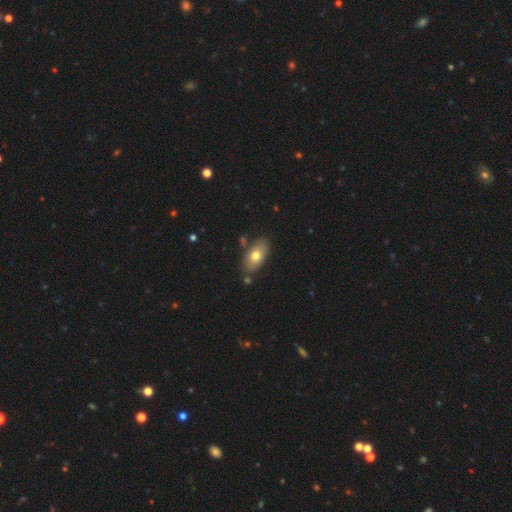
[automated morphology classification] Smooth or featured: smooth — 73% (featured or disk — 20%)
How rounded: in between — 91% (round — 5%)
Merging: none — 78% (minor disturbance — 13%)